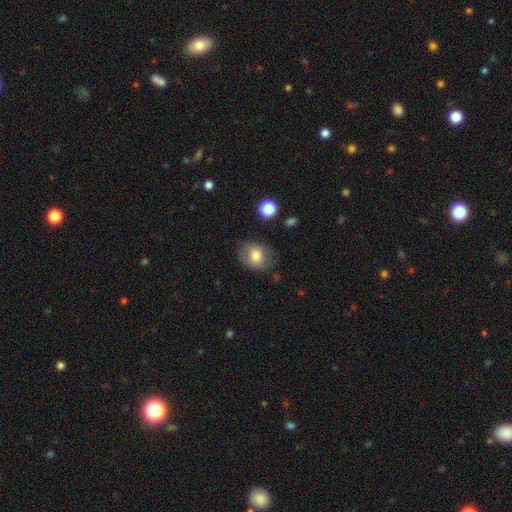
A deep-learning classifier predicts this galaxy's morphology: Smooth or featured: smooth — 74% (featured or disk — 17%)
How rounded: round — 57% (in between — 42%)
Merging: none — 73% (minor disturbance — 19%)